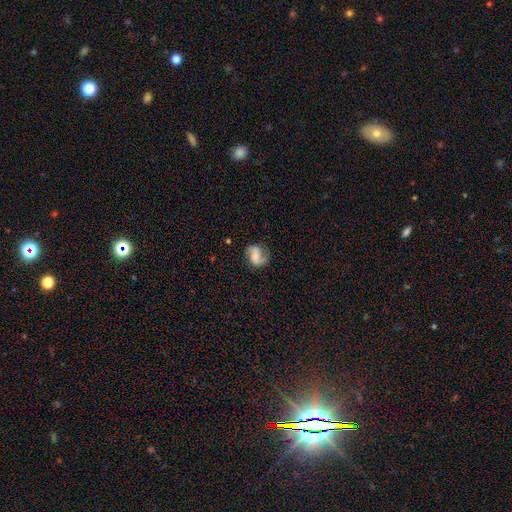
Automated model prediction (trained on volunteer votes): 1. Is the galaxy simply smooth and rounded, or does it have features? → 75% featured or disk, 18% smooth, 7% star or artifact.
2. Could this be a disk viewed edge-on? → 98% no, 2% yes.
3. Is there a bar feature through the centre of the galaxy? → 43% no, 41% weak, 16% strong.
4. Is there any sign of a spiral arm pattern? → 95% yes, 5% no.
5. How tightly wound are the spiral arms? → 53% loose, 37% medium, 10% tight.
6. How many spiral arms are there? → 90% 2, 4% 1, 3% can't tell, 1% 3, 1% 4, 1% more than 4.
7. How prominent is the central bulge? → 34% small, 29% moderate, 28% none, 7% large, 2% dominant.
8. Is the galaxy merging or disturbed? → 73% none, 17% minor disturbance, 8% major disturbance, 2% merger.